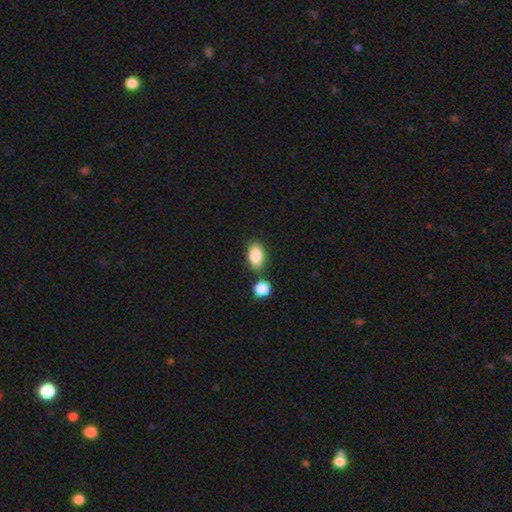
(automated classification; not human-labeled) Morphology: type=smooth (86%); roundness=in between (89%); merging=none (76%).